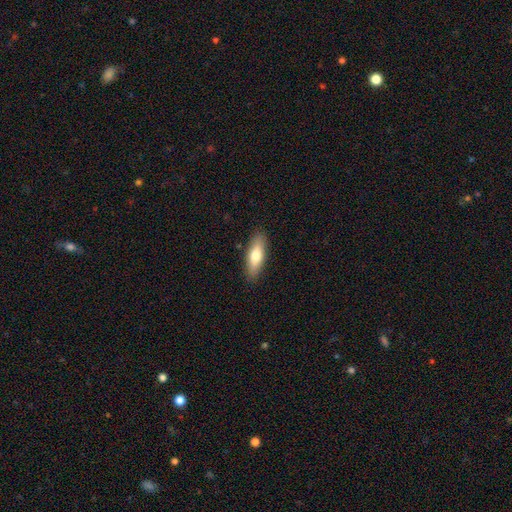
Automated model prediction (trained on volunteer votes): Smooth or featured: smooth — 70% (featured or disk — 24%)
How rounded: in between — 52% (cigar-shaped — 45%)
Merging: none — 88% (minor disturbance — 9%)